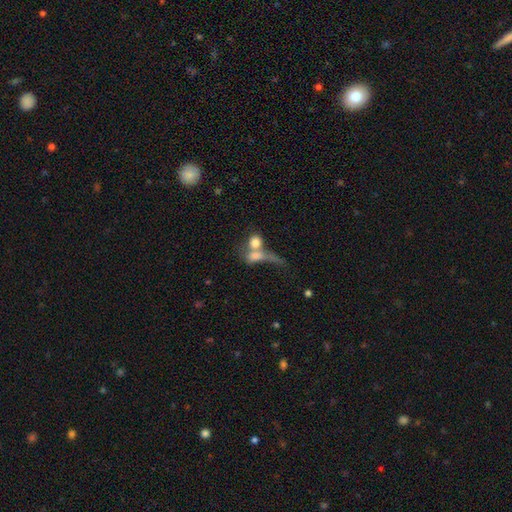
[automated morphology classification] A smooth galaxy with no disk features (66%) that is in between round and cigar-shaped (46%).

Vote fractions:
- Smooth or featured? smooth: 66% / featured or disk: 23% / star or artifact: 11%
- How rounded? in between: 46% / round: 39% / cigar-shaped: 14%
- Merging? merger: 58% / major disturbance: 18% / none: 16% / minor disturbance: 8%